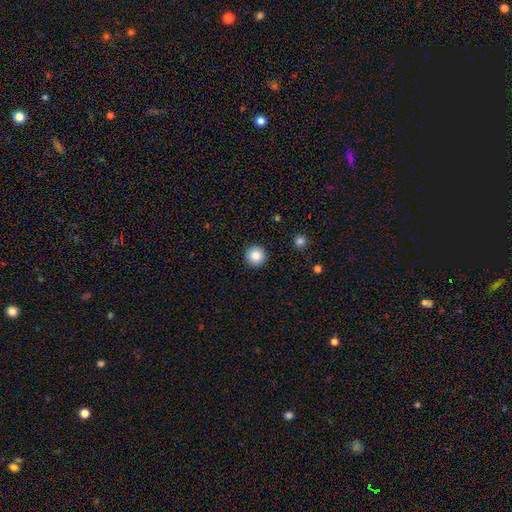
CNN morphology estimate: A smooth galaxy with no disk features (87%) that is round (96%). Merging: none (92%).